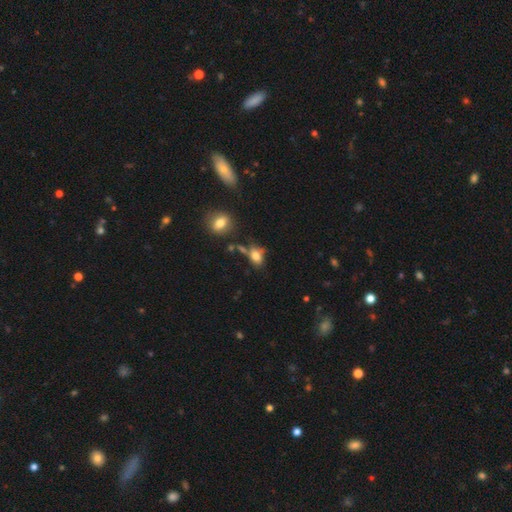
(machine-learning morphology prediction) Q: Smooth or featured?
A: smooth (69%); runner-up: featured or disk (17%)
Q: How rounded?
A: in between (72%); runner-up: round (24%)
Q: Merging?
A: none (46%); runner-up: minor disturbance (22%)